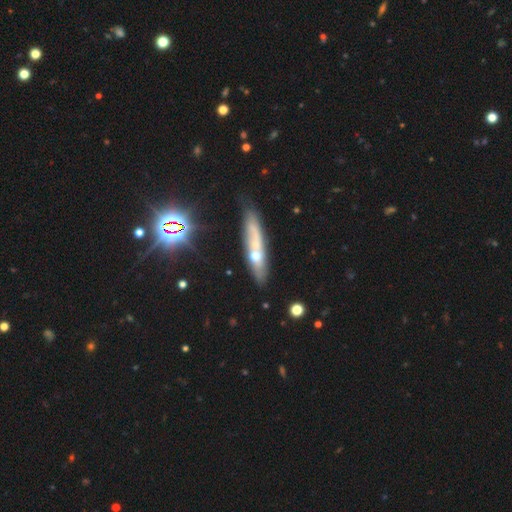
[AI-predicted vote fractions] The model was most divided on "smooth or featured": featured or disk: 47%, smooth: 43%, star or artifact: 10%. More confident: merging — none (64%).